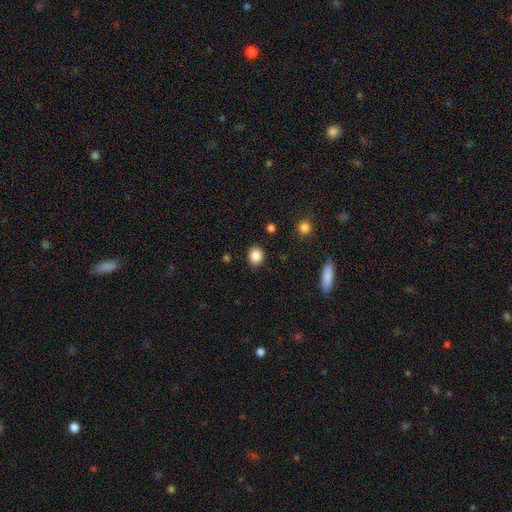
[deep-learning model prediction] Smooth or featured? smooth (87%)
How rounded? round (74%)
Merging? none (88%)